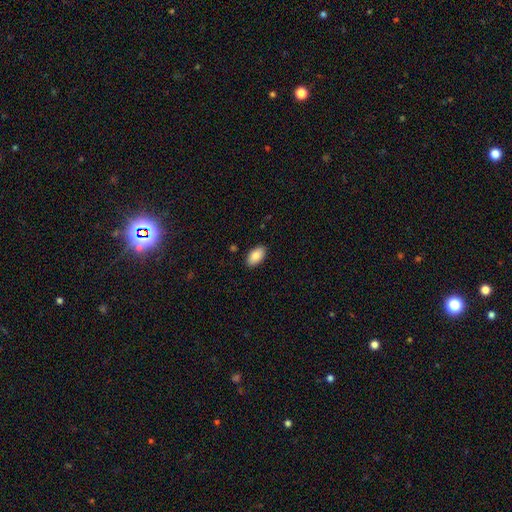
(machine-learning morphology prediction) Smooth or featured? Predicted: smooth (p=0.87). How rounded? Predicted: in between (p=0.95). Merging? Predicted: none (p=0.88).